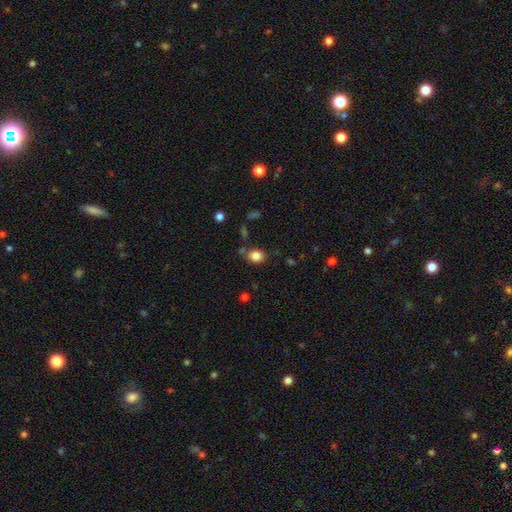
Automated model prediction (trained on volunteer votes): smooth_or_featured: smooth (p=0.84) [alt: star or artifact p=0.11]
how_rounded: in between (p=0.51) [alt: round p=0.48]
merging: none (p=0.75) [alt: minor disturbance p=0.13]